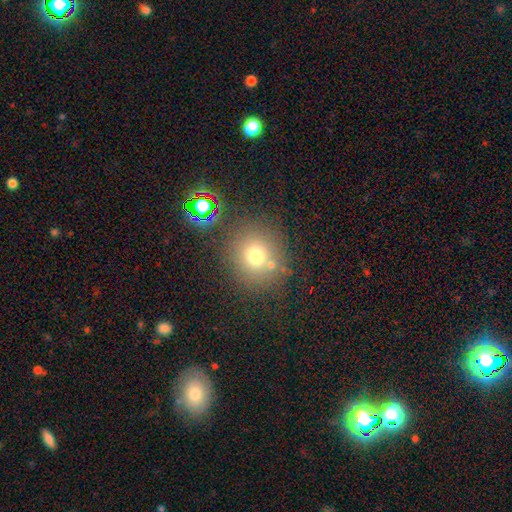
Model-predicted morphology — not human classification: Overall: smooth (69%). How rounded: round (87%). Merging: none (75%).